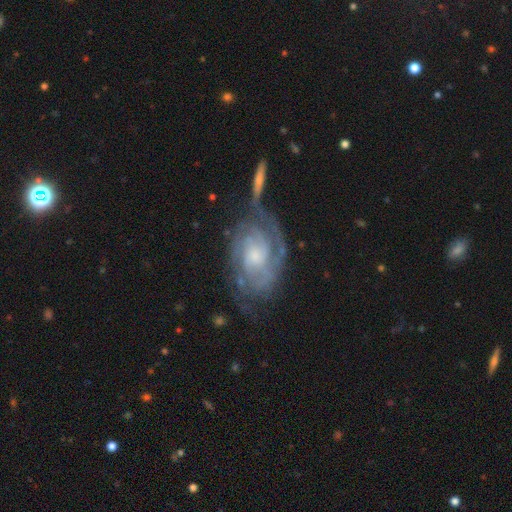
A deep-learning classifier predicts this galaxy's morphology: featured or disk 86%, smooth 9%, star or artifact 5%. Down the decision tree: edge-on disk — no (96%); bar — no (67%); spiral arms — yes (95%); spiral arm count — 2 (50%); spiral winding — tight (61%); bulge size — small (48%); merging — none (53%).